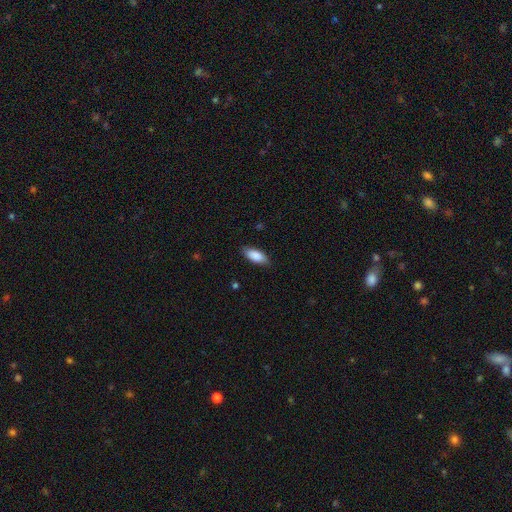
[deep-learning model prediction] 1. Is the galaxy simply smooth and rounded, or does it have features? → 87% smooth, 7% featured or disk, 6% star or artifact.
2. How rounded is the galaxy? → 84% in between, 14% cigar-shaped, 2% round.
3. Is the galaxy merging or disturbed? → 84% none, 13% minor disturbance, 2% major disturbance, 1% merger.